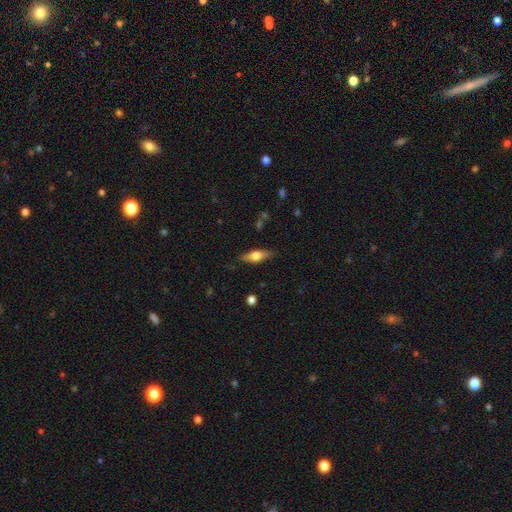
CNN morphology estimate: smooth-or-featured: smooth: 50% | featured or disk: 43% | star or artifact: 6%
  how-rounded: in between: 52% | cigar-shaped: 45% | round: 3%
  merging: none: 84% | minor disturbance: 12% | major disturbance: 3% | merger: 1%